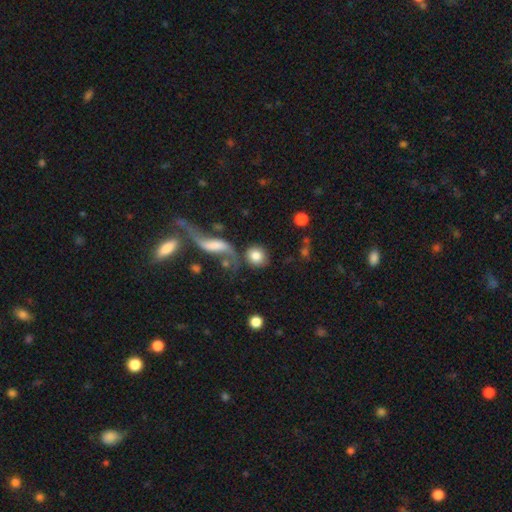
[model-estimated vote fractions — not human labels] This appears to be a smooth galaxy with no disk features (77%) that is round (82%). Merging: none (63%).